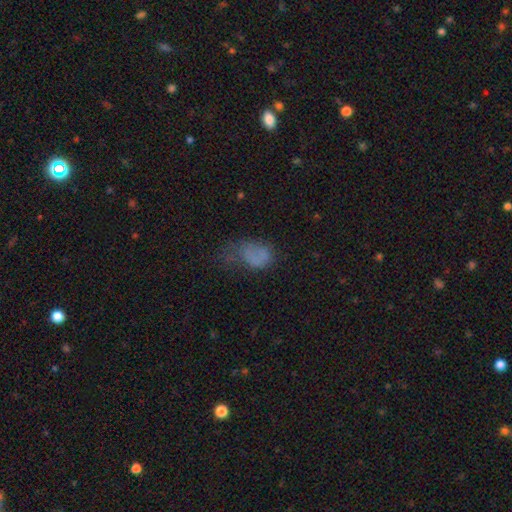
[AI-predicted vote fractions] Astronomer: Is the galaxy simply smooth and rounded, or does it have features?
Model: smooth — 65%.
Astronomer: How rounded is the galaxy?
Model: in between — 81%.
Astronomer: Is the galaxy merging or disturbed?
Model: major disturbance — 41% (runner-up: none, 27%).